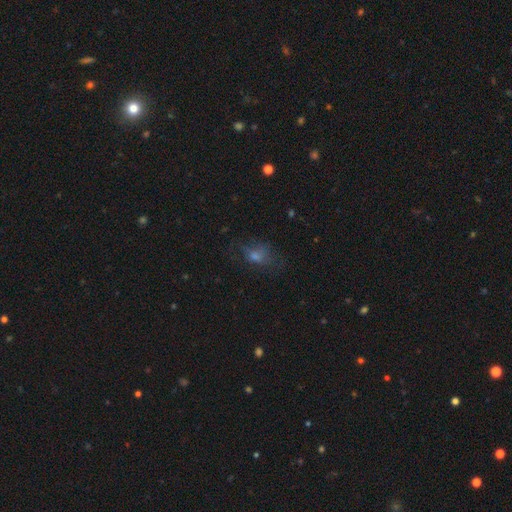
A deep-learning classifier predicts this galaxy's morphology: A smooth galaxy with no disk features (53%) that is in between round and cigar-shaped (62%).

Vote fractions:
- Smooth or featured? smooth: 53% / star or artifact: 24% / featured or disk: 23%
- How rounded? in between: 62% / round: 35% / cigar-shaped: 3%
- Merging? none: 56% / minor disturbance: 22% / major disturbance: 20% / merger: 2%